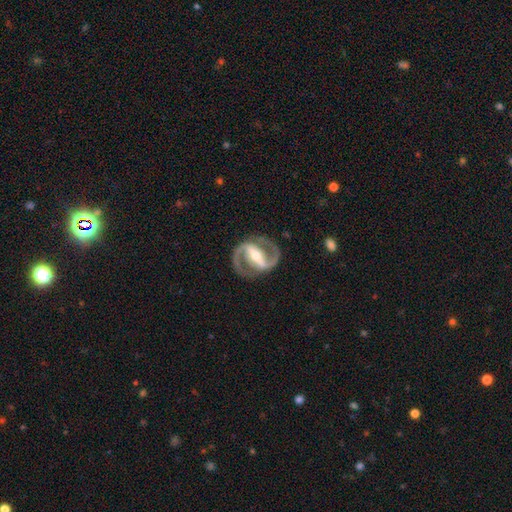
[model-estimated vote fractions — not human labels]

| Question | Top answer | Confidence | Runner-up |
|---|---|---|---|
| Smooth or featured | featured or disk | 93% | star or artifact (4%) |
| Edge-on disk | no | 97% | yes (3%) |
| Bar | strong | 73% | weak (19%) |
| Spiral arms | yes | 97% | no (3%) |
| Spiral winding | medium | 61% | tight (25%) |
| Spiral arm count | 2 | 94% | can't tell (2%) |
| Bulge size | moderate | 55% | small (39%) |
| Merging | none | 86% | minor disturbance (9%) |